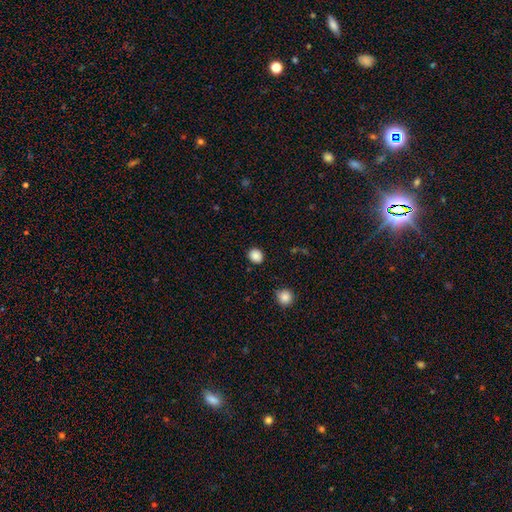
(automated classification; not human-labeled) The model was most divided on "how rounded": round: 73%, in between: 26%, cigar-shaped: 1%. More confident: merging — none (88%); smooth or featured — smooth (87%).